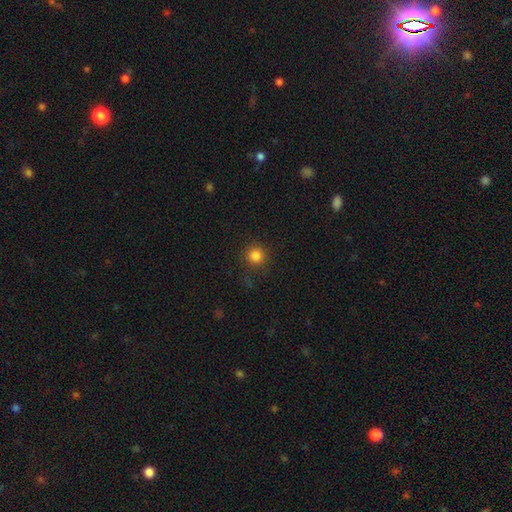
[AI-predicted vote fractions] Q: Smooth or featured?
A: smooth (83%); runner-up: star or artifact (13%)
Q: How rounded?
A: round (95%); runner-up: in between (4%)
Q: Merging?
A: none (87%); runner-up: minor disturbance (8%)